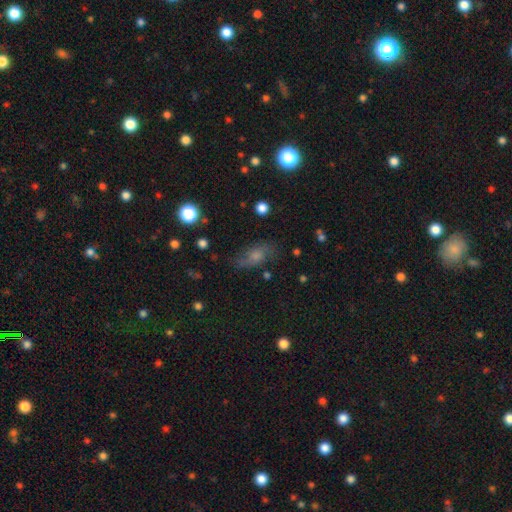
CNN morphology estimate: Overall: smooth (54%; featured or disk 30%). How rounded: in between (76%). Merging: none (66%).